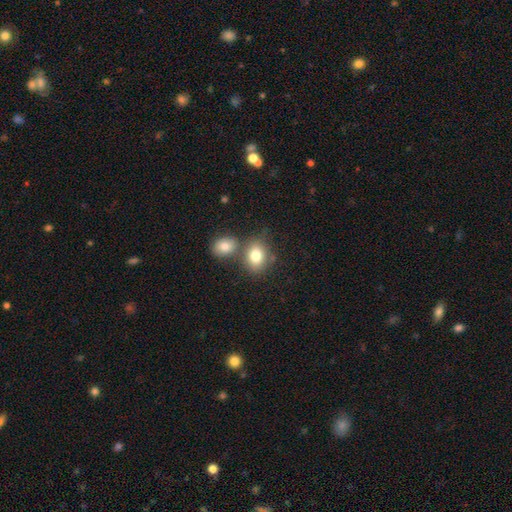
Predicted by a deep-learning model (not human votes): Q: Smooth or featured?
A: smooth (81%); runner-up: featured or disk (10%)
Q: How rounded?
A: in between (62%); runner-up: round (37%)
Q: Merging?
A: none (53%); runner-up: merger (31%)